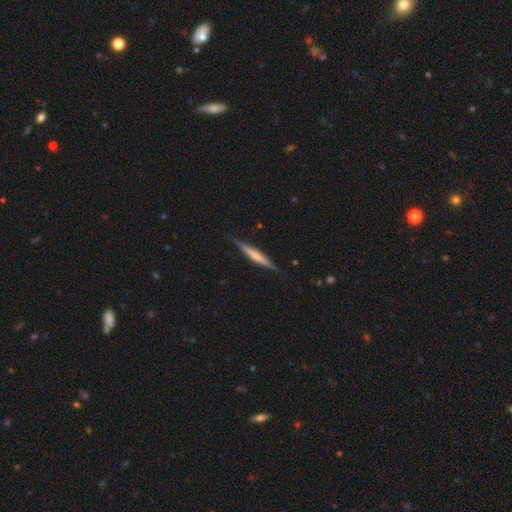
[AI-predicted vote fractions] Q: Smooth or featured?
A: featured or disk (49%); runner-up: smooth (46%)
Q: Merging?
A: none (87%); runner-up: minor disturbance (10%)